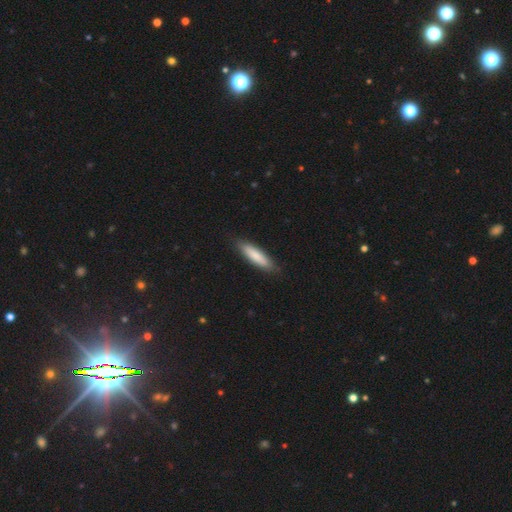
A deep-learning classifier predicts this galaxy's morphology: smooth_or_featured: smooth (p=0.82) [alt: featured or disk p=0.13]
how_rounded: cigar-shaped (p=0.70) [alt: in between p=0.28]
merging: none (p=0.85) [alt: minor disturbance p=0.11]